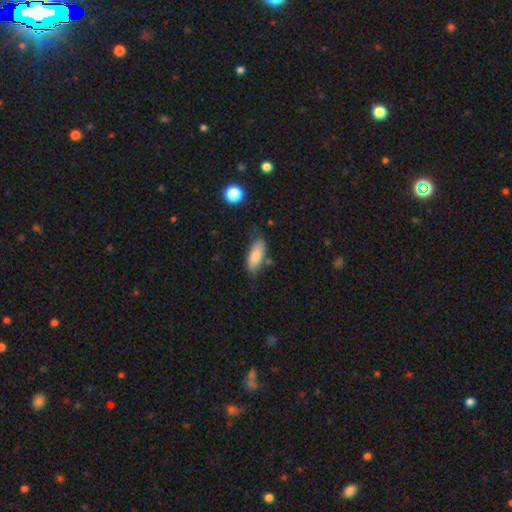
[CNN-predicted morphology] This is clearly a smooth galaxy (81%). How rounded: likely in between (80%). Merging: likely none (62%).